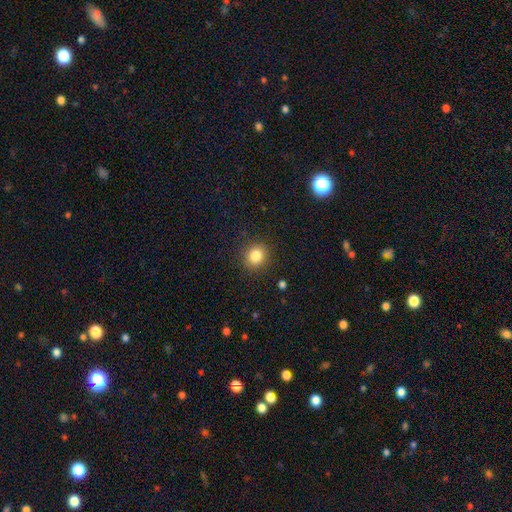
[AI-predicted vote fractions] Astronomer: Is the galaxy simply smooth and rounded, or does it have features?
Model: smooth — 84%.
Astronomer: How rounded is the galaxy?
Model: round — 81%.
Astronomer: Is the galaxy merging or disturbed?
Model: none — 89%.